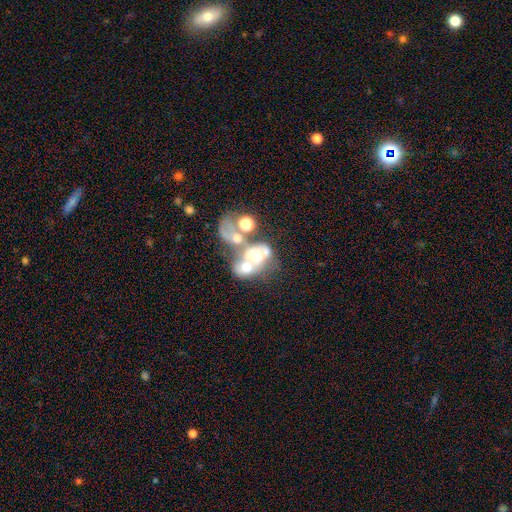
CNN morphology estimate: Smooth or featured?
  - featured or disk: 47% *
  - smooth: 34%
  - star or artifact: 19%
Merging?
  - merger: 66% *
  - major disturbance: 16%
  - none: 12%
  - minor disturbance: 7%